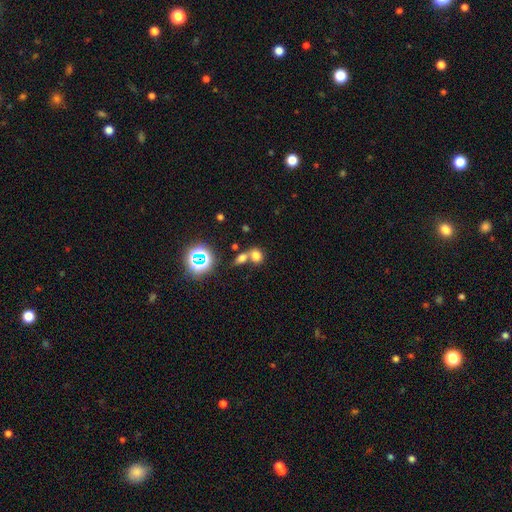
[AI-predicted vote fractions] smooth_or_featured: smooth (p=0.71) [alt: star or artifact p=0.19]
how_rounded: round (p=0.55) [alt: in between p=0.43]
merging: merger (p=0.48) [alt: none p=0.41]